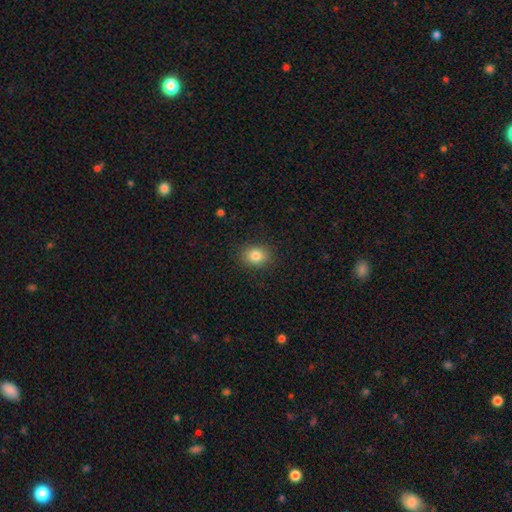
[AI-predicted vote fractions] smooth-or-featured: smooth: 83% | star or artifact: 11% | featured or disk: 7%
  how-rounded: round: 51% | in between: 48% | cigar-shaped: 1%
  merging: none: 88% | minor disturbance: 8% | major disturbance: 2% | merger: 1%